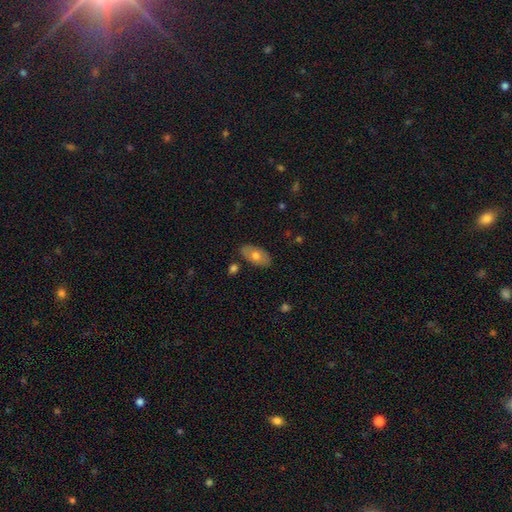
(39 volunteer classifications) Overall: smooth (64%; featured or disk 28%). How rounded: in between (100%). Merging: none (81%).